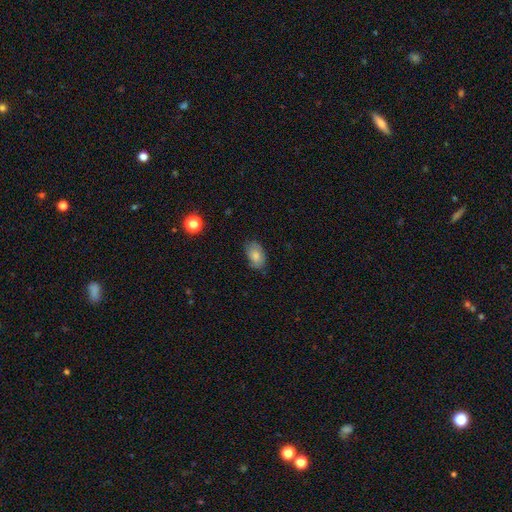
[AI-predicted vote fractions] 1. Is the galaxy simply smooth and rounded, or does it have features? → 77% smooth, 15% featured or disk, 8% star or artifact.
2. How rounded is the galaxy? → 90% in between, 8% round, 2% cigar-shaped.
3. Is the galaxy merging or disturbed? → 74% none, 20% minor disturbance, 4% major disturbance, 1% merger.